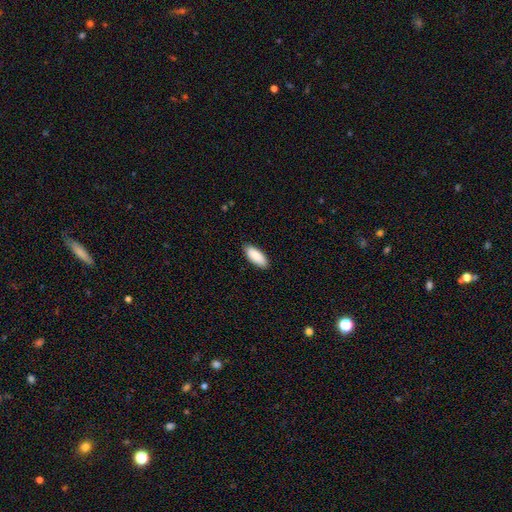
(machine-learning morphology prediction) Q: Smooth or featured?
A: smooth (89%); runner-up: star or artifact (5%)
Q: How rounded?
A: in between (82%); runner-up: cigar-shaped (16%)
Q: Merging?
A: none (88%); runner-up: minor disturbance (10%)